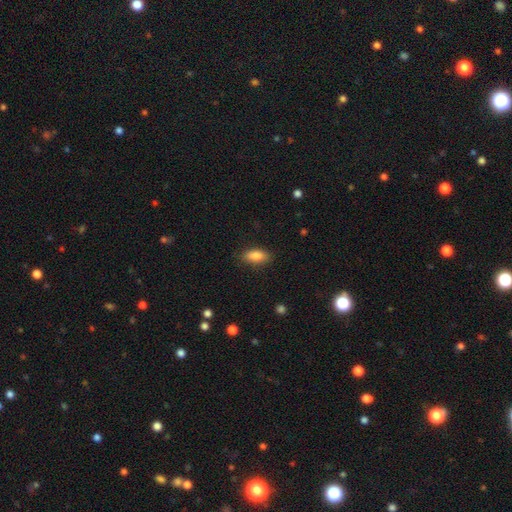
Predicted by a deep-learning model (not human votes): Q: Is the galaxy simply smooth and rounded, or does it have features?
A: smooth — 85%.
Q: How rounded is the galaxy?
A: in between — 85%.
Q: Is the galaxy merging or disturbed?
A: none — 85%.